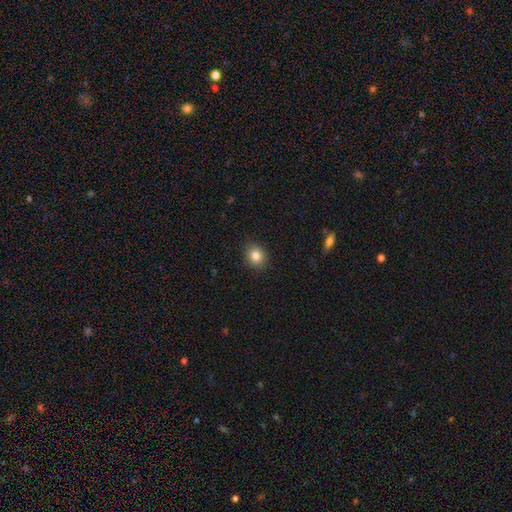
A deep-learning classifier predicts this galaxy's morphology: smooth-or-featured: smooth: 83% | star or artifact: 10% | featured or disk: 6%
  how-rounded: round: 65% | in between: 34% | cigar-shaped: 1%
  merging: none: 89% | minor disturbance: 7% | major disturbance: 2% | merger: 1%